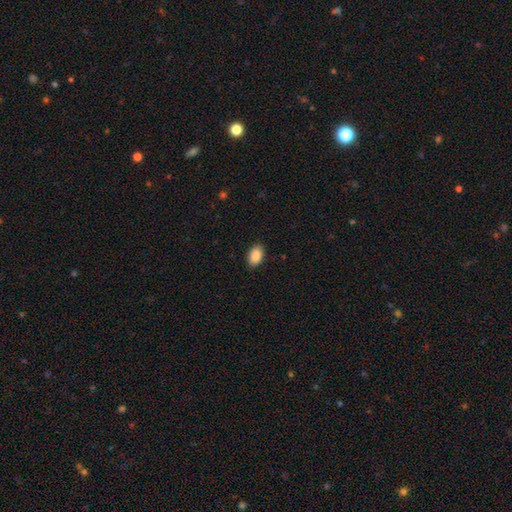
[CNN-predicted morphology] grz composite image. It shows a smooth galaxy with no disk features (89%) that is in between round and cigar-shaped (91%). Merging: none (89%).